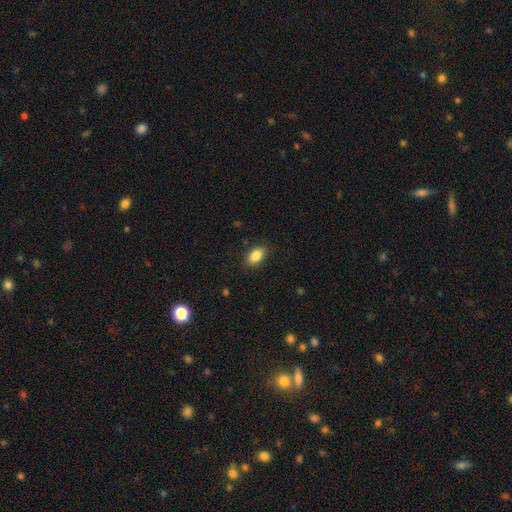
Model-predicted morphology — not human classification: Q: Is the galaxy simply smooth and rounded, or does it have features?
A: smooth — 86%.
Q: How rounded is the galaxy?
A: in between — 89%.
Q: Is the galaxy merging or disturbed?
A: none — 86%.